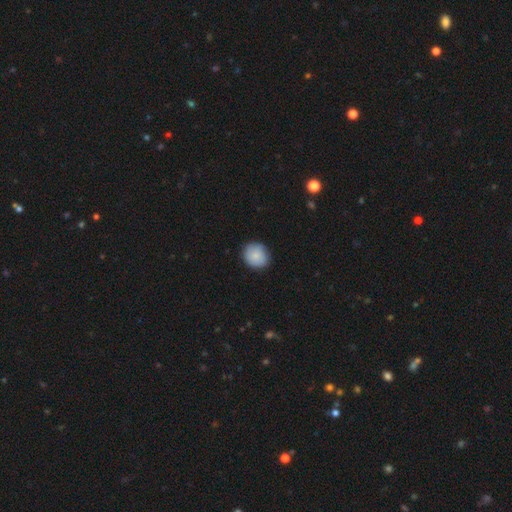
Volunteers were most divided on "merging": none: 73%, minor disturbance: 24%, major disturbance: 3%, merger: 0%. More confident: smooth or featured — smooth (89%); how rounded — round (82%).